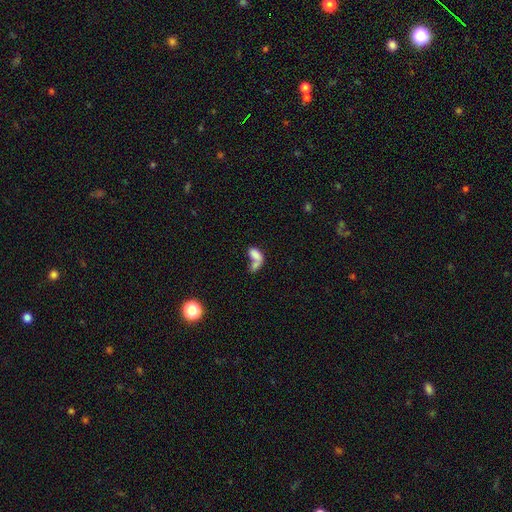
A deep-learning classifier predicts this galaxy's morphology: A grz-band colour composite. It shows a smooth galaxy with no disk features (74%) that is in between round and cigar-shaped (88%). Merging: merger (66%).